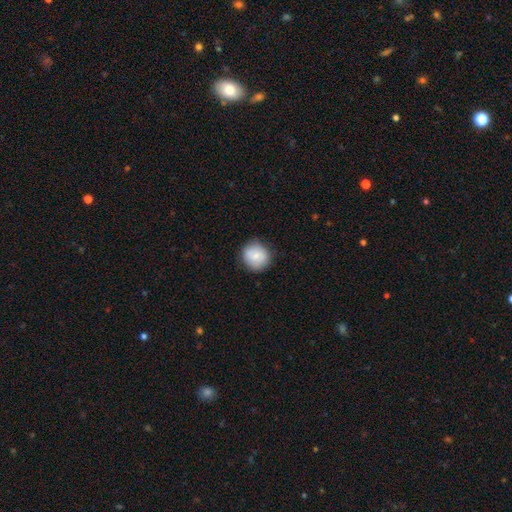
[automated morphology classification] Overall: smooth (78%). How rounded: round (90%). Merging: none (85%).